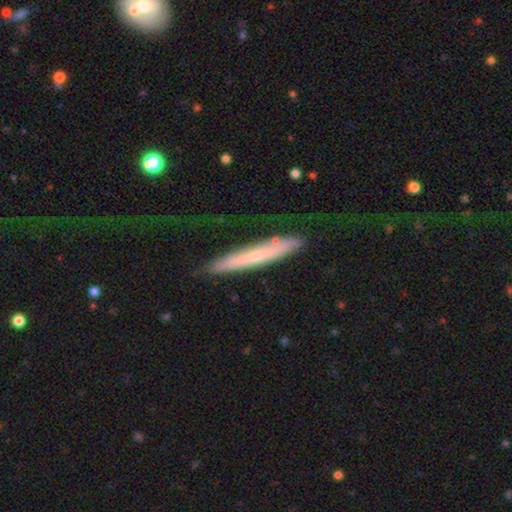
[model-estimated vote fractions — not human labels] Smooth or featured? Predicted: featured or disk (p=0.49). Merging? Predicted: none (p=0.80).